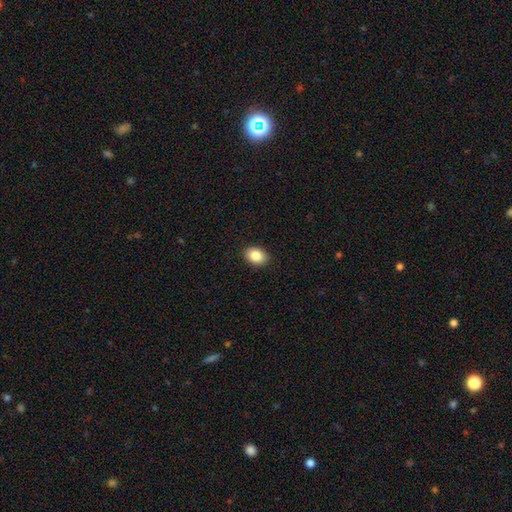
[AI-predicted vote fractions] This is clearly a smooth galaxy (86%). How rounded: likely in between (77%). Merging: clearly none (90%).